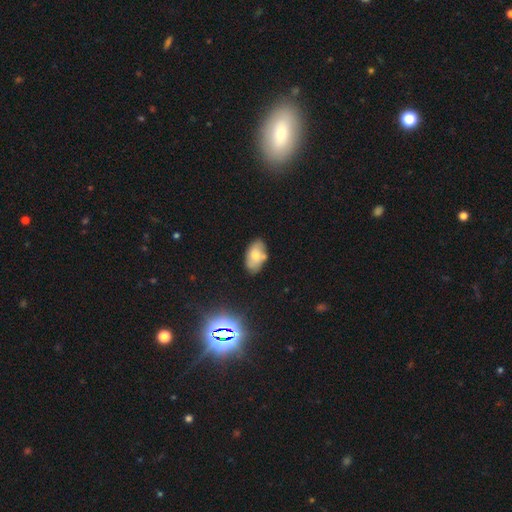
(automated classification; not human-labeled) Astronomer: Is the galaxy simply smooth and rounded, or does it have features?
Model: smooth — 64%.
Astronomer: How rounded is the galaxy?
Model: in between — 93%.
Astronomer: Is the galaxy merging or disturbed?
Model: none — 70%.